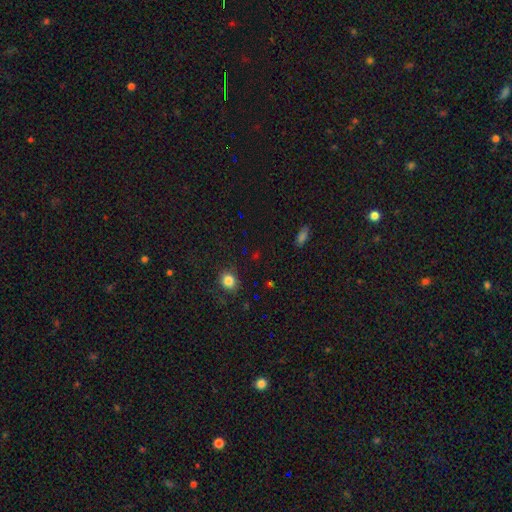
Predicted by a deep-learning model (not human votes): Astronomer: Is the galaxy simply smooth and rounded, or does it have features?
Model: smooth — 50% (runner-up: star or artifact, 43%).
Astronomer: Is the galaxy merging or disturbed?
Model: none — 83%.